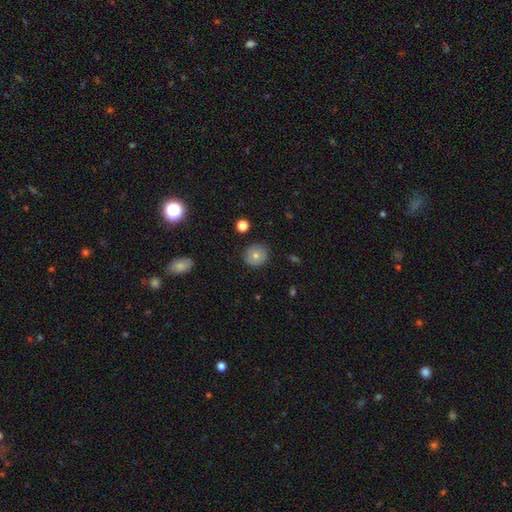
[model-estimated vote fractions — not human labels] Q: Smooth or featured?
A: smooth (72%); runner-up: featured or disk (18%)
Q: How rounded?
A: round (89%); runner-up: in between (10%)
Q: Merging?
A: none (88%); runner-up: minor disturbance (9%)